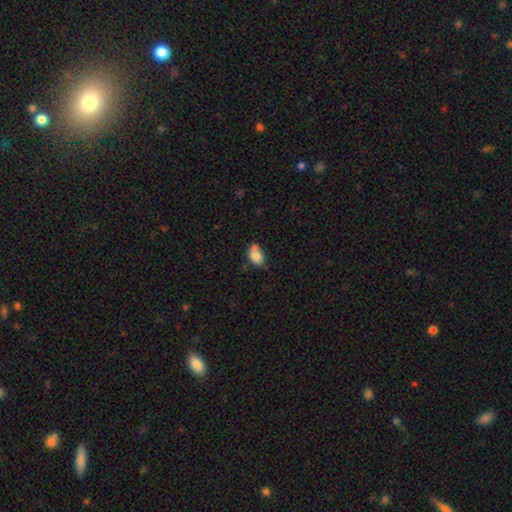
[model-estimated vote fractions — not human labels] Smooth or featured: smooth — 79% (featured or disk — 12%)
How rounded: in between — 71% (round — 28%)
Merging: none — 42% (minor disturbance — 27%)